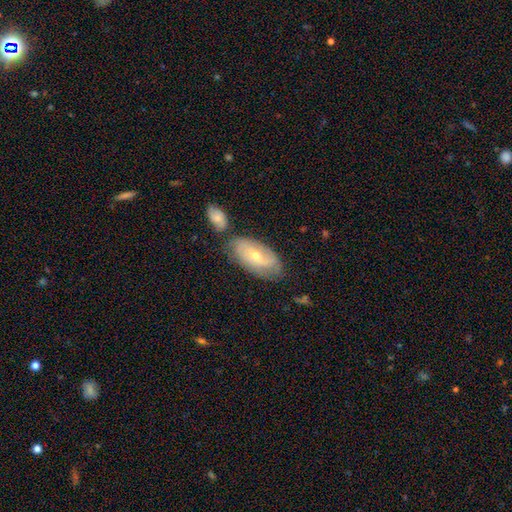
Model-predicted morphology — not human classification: A featured or disk galaxy (59%) with no bar (62%), spiral arms (75%) and a small central bulge (53%).

Vote fractions:
- Smooth or featured? featured or disk: 59% / smooth: 34% / star or artifact: 7%
- Edge-on disk? no: 90% / yes: 10%
- Bar? no: 62% / weak: 31% / strong: 8%
- Spiral arms? yes: 75% / no: 25%
- Bulge size? small: 53% / moderate: 44% / large: 1% / none: 1% / dominant: 1%
- Merging? none: 62% / minor disturbance: 19% / merger: 14% / major disturbance: 5%